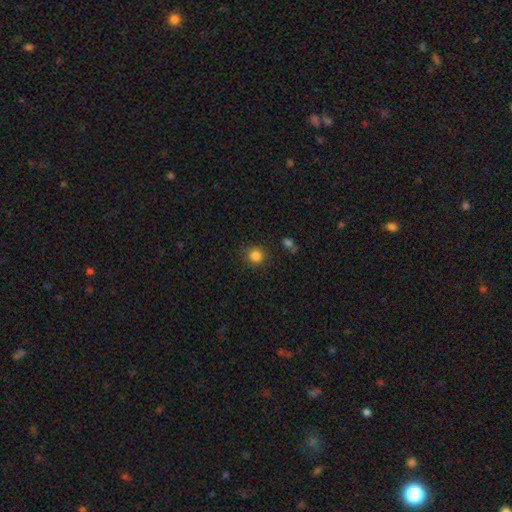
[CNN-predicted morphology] Smooth or featured? Predicted: smooth (p=0.84). How rounded? Predicted: round (p=0.90). Merging? Predicted: none (p=0.84).